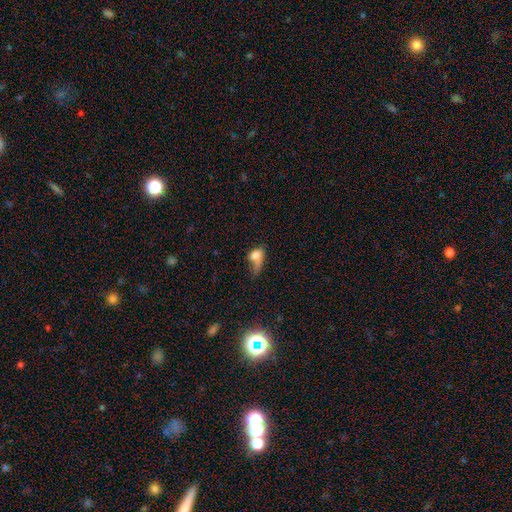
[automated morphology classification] A smooth galaxy with no disk features (69%) that is in between round and cigar-shaped (76%).

Vote fractions:
- Smooth or featured? smooth: 69% / featured or disk: 19% / star or artifact: 11%
- How rounded? in between: 76% / round: 20% / cigar-shaped: 5%
- Merging? major disturbance: 45% / minor disturbance: 25% / none: 19% / merger: 11%